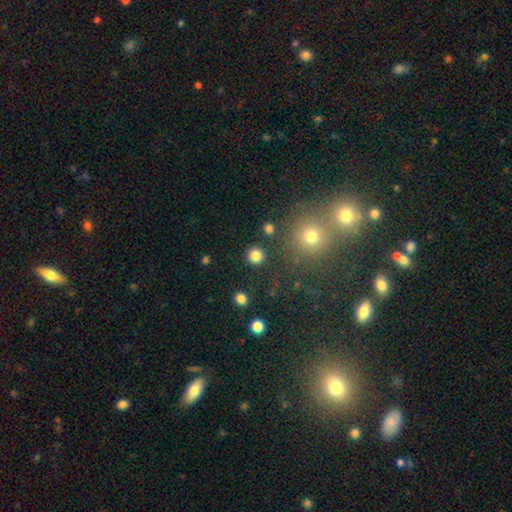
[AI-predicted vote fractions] This is clearly a smooth galaxy (82%). How rounded: clearly round (94%). Merging: clearly none (90%).